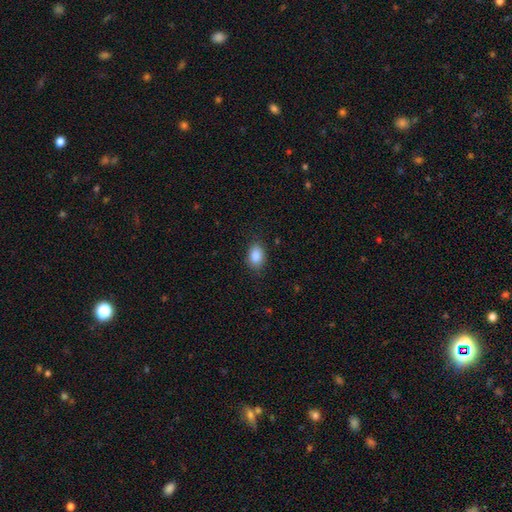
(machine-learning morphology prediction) Smooth or featured?
  - smooth: 88% *
  - star or artifact: 8%
  - featured or disk: 4%
How rounded?
  - in between: 82% *
  - round: 17%
  - cigar-shaped: 1%
Merging?
  - none: 84% *
  - minor disturbance: 12%
  - major disturbance: 3%
  - merger: 1%